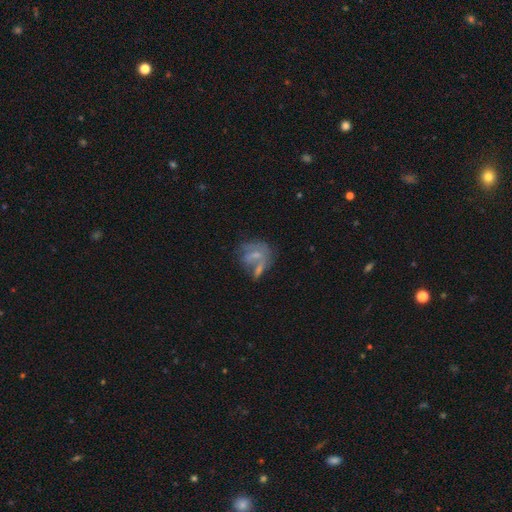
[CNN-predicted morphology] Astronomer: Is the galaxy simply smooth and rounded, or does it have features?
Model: featured or disk — 46% (runner-up: smooth, 43%).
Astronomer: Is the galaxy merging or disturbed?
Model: none — 33% (runner-up: merger, 30%).